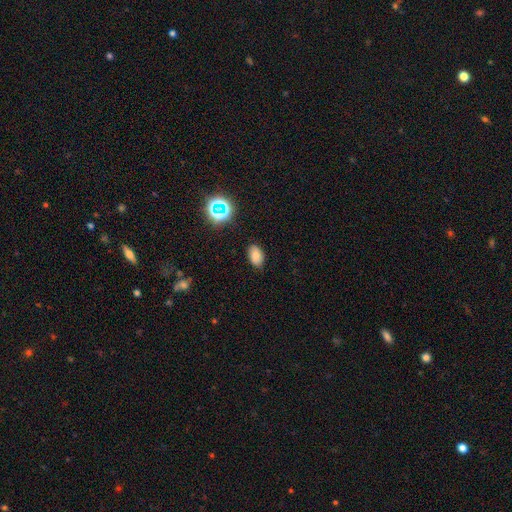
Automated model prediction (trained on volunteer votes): A smooth galaxy with no disk features (77%) that is in between round and cigar-shaped (89%). Merging: none (85%).